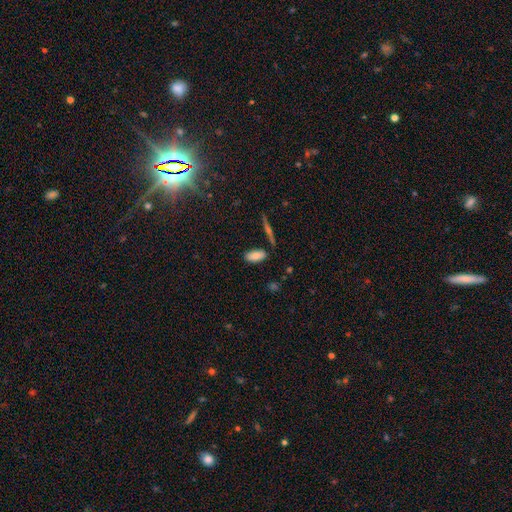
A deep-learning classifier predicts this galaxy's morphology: The model was most divided on "merging": none: 79%, minor disturbance: 13%, merger: 5%, major disturbance: 3%. More confident: how rounded — in between (88%); smooth or featured — smooth (81%).